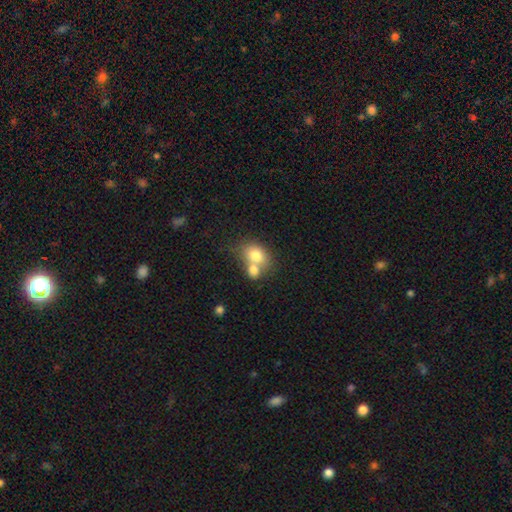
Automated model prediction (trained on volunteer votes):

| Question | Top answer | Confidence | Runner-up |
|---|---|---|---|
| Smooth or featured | smooth | 76% | featured or disk (15%) |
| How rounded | in between | 59% | round (40%) |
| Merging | merger | 57% | none (30%) |